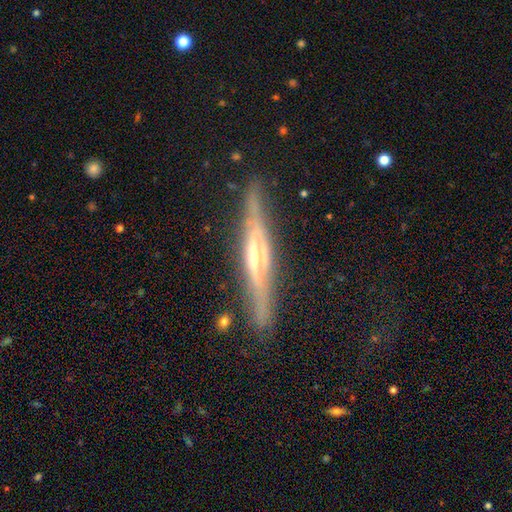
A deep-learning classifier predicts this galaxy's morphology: The model was most divided on "edge-on bulge": rounded: 56%, boxy: 22%, none: 21%. More confident: edge-on disk — yes (95%); merging — none (85%); smooth or featured — featured or disk (81%).